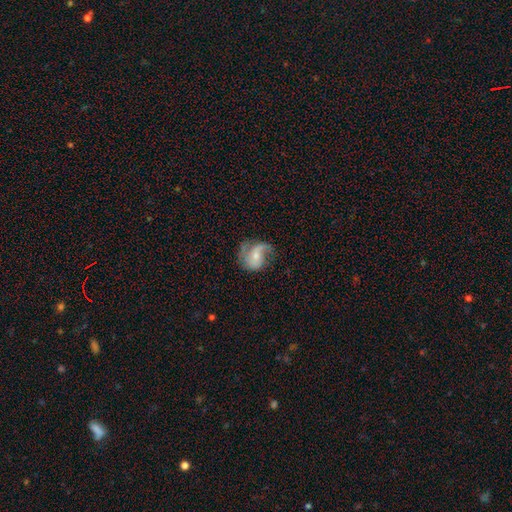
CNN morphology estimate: This appears to be a featured or disk galaxy (69%) with no bar (54%), 2 (56%) loose (50%) spiral arms (90%) and a small central bulge (51%). Merging: none (48%).